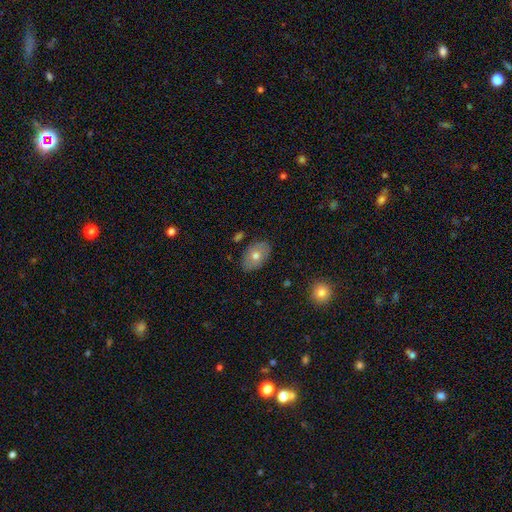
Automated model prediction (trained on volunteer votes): This appears to be a smooth galaxy with no disk features (67%) that is in between round and cigar-shaped (88%). Merging: none (84%).